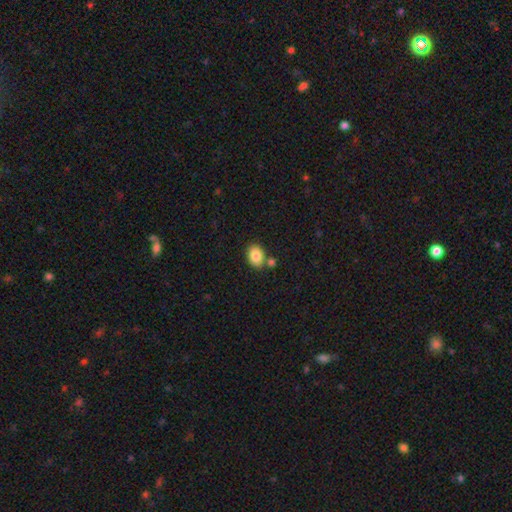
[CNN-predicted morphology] Overall: smooth (85%). How rounded: in between (74%). Merging: none (73%).